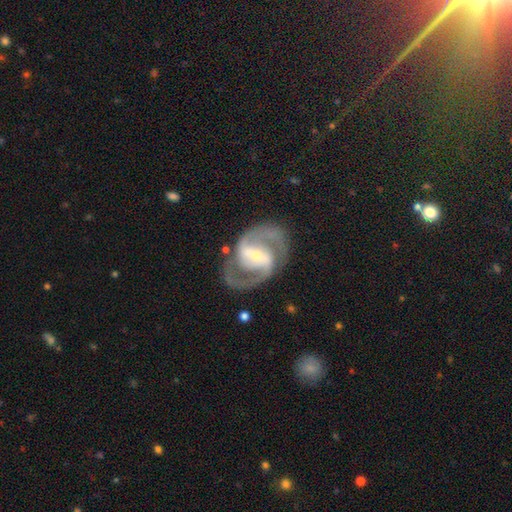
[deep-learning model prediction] This is clearly a featured or disk galaxy (90%). It is clearly not viewed edge-on (97%). Bar: likely strong (60%). Spiral arm pattern: clearly yes (96%). Spiral arm count: clearly 2 (92%). Spiral winding: likely medium (61%). Central bulge: possibly small (58%). Merging: likely none (79%).